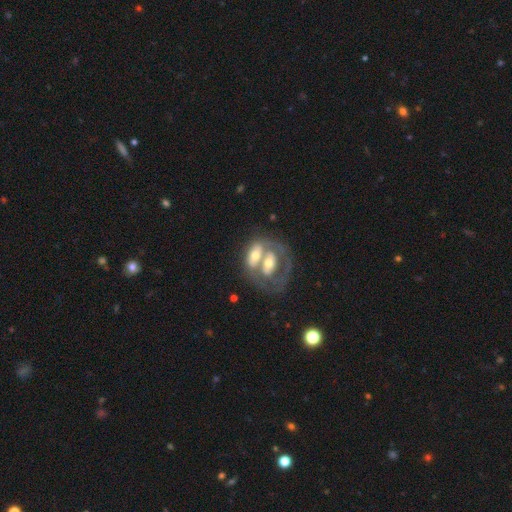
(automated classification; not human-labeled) Q: Smooth or featured?
A: featured or disk (62%); runner-up: smooth (32%)
Q: Edge-on disk?
A: no (92%); runner-up: yes (8%)
Q: Bar?
A: no (69%); runner-up: weak (18%)
Q: Spiral arms?
A: no (74%); runner-up: yes (26%)
Q: Bulge size?
A: moderate (65%); runner-up: small (18%)
Q: Merging?
A: merger (68%); runner-up: none (17%)